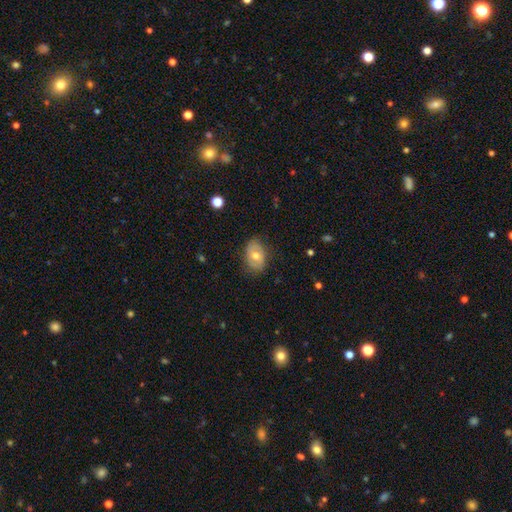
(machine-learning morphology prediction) This is likely a smooth galaxy (62%). How rounded: clearly in between (84%). Merging: likely none (78%).